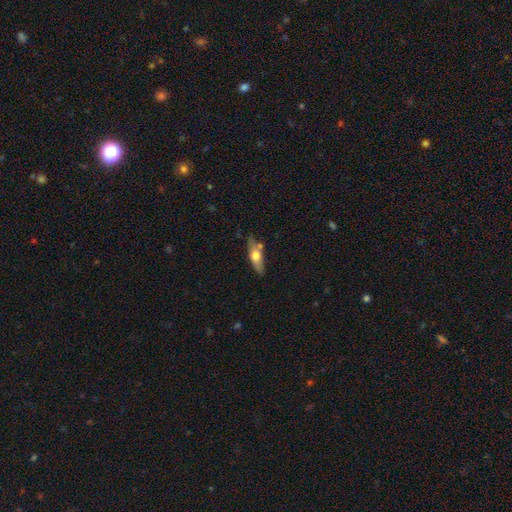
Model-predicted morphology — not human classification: smooth-or-featured: smooth: 54% | featured or disk: 40% | star or artifact: 6%
  how-rounded: in between: 52% | cigar-shaped: 44% | round: 3%
  merging: none: 68% | minor disturbance: 20% | merger: 8% | major disturbance: 5%